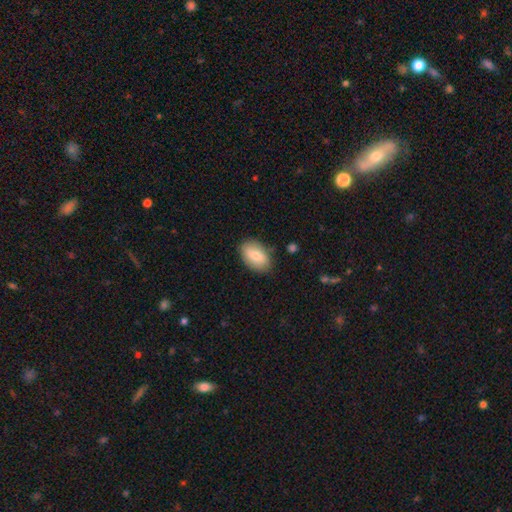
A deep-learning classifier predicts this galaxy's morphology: smooth-or-featured: smooth: 77% | featured or disk: 17% | star or artifact: 6%
  how-rounded: in between: 91% | round: 7% | cigar-shaped: 2%
  merging: none: 81% | minor disturbance: 14% | major disturbance: 3% | merger: 2%